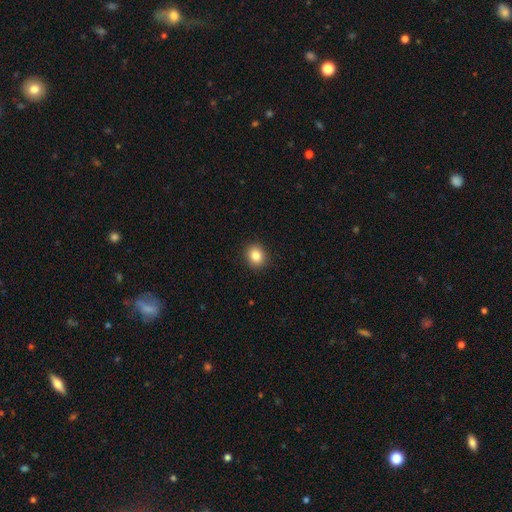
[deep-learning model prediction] Morphology: type=smooth (85%); roundness=round (72%); merging=none (91%).